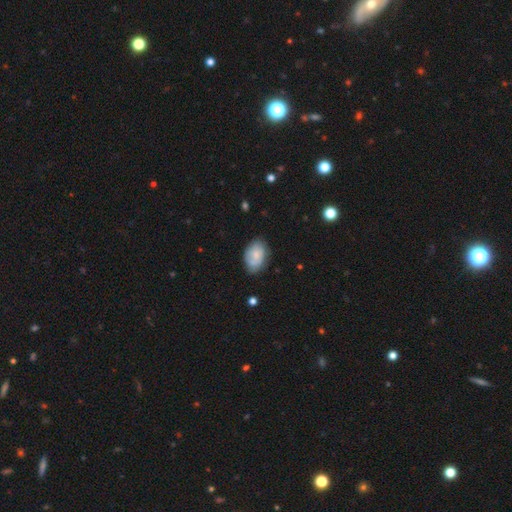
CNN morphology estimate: Overall: smooth (62%; featured or disk 31%). How rounded: in between (85%). Merging: none (69%).